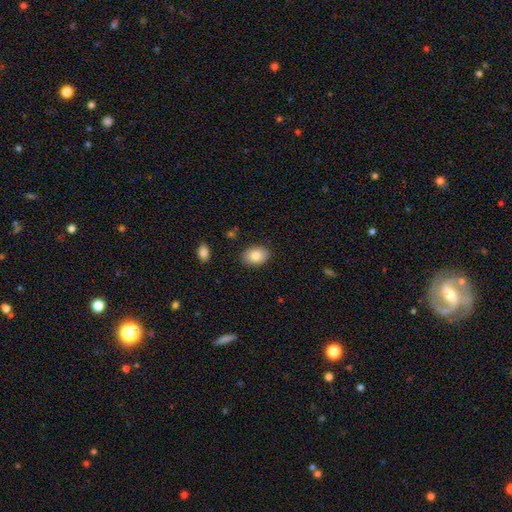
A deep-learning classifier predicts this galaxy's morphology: Smooth or featured?
  - smooth: 82% *
  - featured or disk: 10%
  - star or artifact: 7%
How rounded?
  - in between: 76% *
  - round: 23%
  - cigar-shaped: 1%
Merging?
  - none: 87% *
  - minor disturbance: 9%
  - major disturbance: 2%
  - merger: 1%